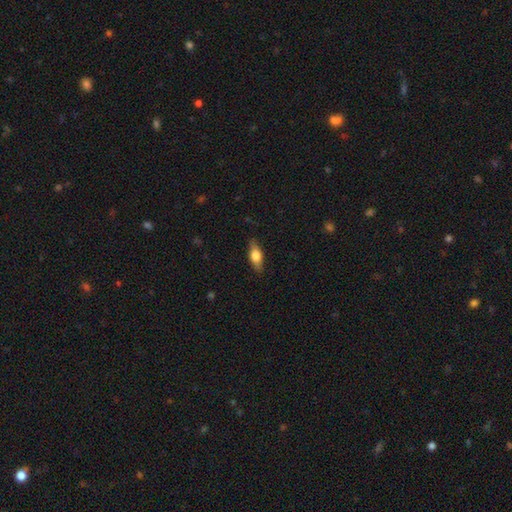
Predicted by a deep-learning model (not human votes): Overall: smooth (67%). How rounded: in between (73%). Merging: none (85%).